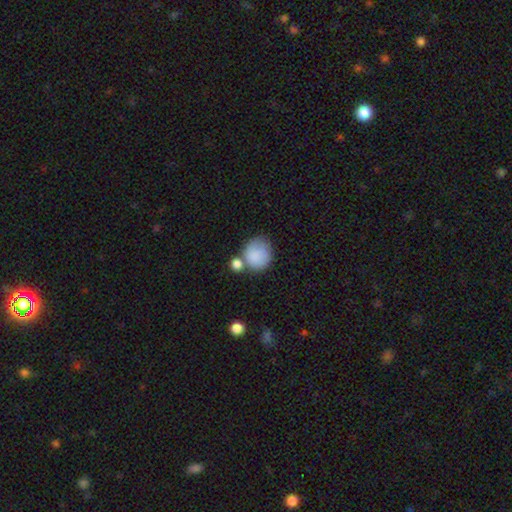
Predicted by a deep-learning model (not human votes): Smooth or featured? Predicted: smooth (p=0.83). How rounded? Predicted: round (p=0.78). Merging? Predicted: none (p=0.48).